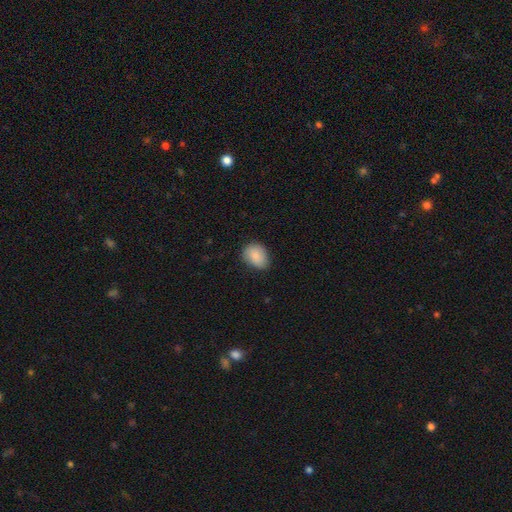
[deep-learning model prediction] The model was most divided on "how rounded": in between: 67%, round: 32%, cigar-shaped: 1%. More confident: smooth or featured — smooth (88%); merging — none (74%).